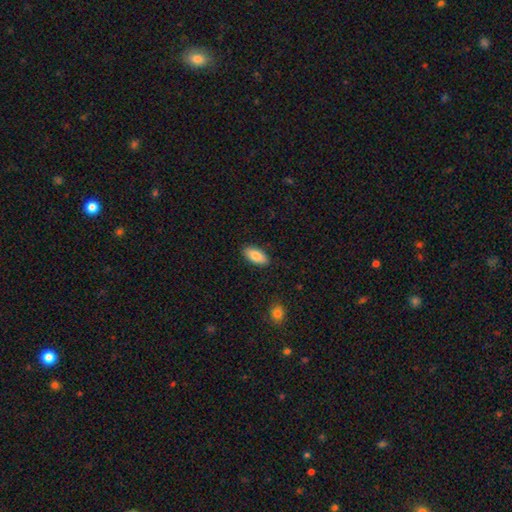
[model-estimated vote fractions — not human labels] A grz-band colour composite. It shows a smooth galaxy with no disk features (85%) that is in between round and cigar-shaped (90%). Merging: none (88%).